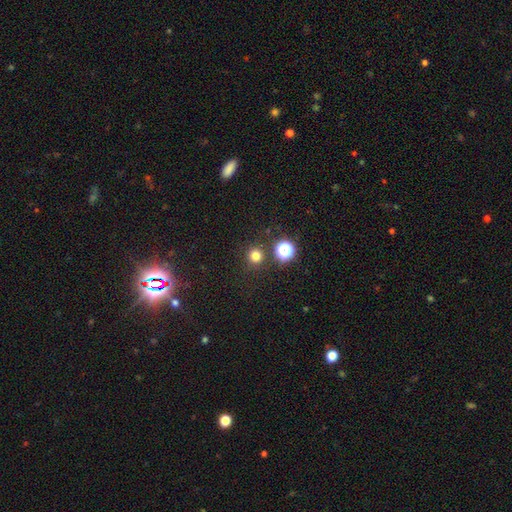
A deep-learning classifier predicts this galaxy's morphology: Smooth or featured: smooth — 76% (star or artifact — 19%)
How rounded: round — 94% (in between — 5%)
Merging: none — 88% (minor disturbance — 6%)